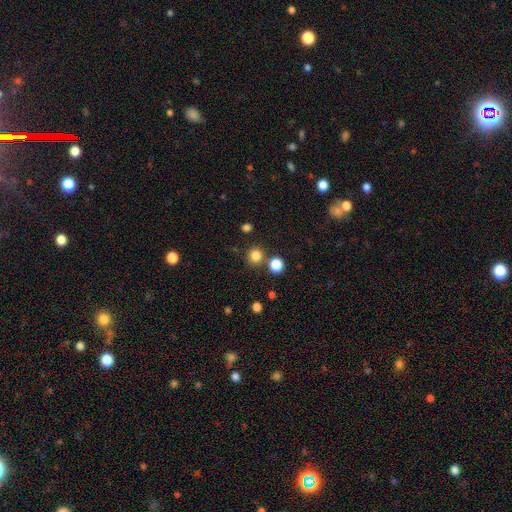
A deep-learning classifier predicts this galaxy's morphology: Smooth or featured? Predicted: smooth (p=0.81). How rounded? Predicted: round (p=0.90). Merging? Predicted: none (p=0.79).